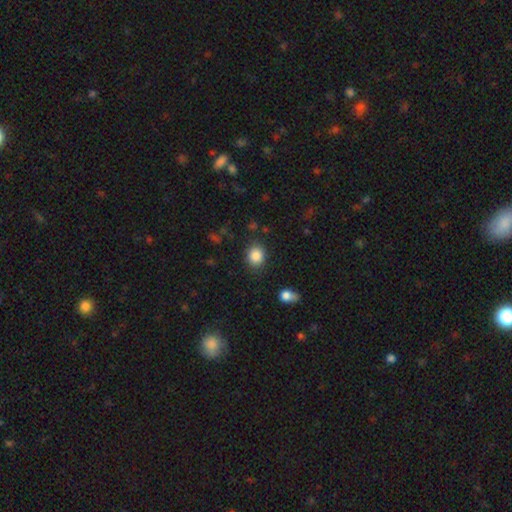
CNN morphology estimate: Overall: smooth (86%). How rounded: round (67%; in between 32%). Merging: none (84%).